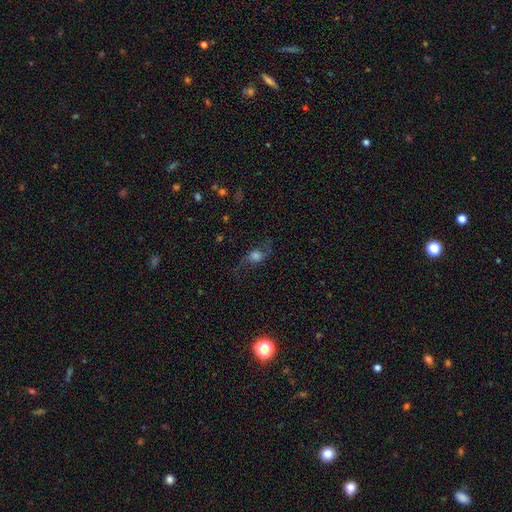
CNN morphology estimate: This is possibly a featured or disk galaxy (51%). It is clearly not viewed edge-on (80%). Merging: likely none (62%).